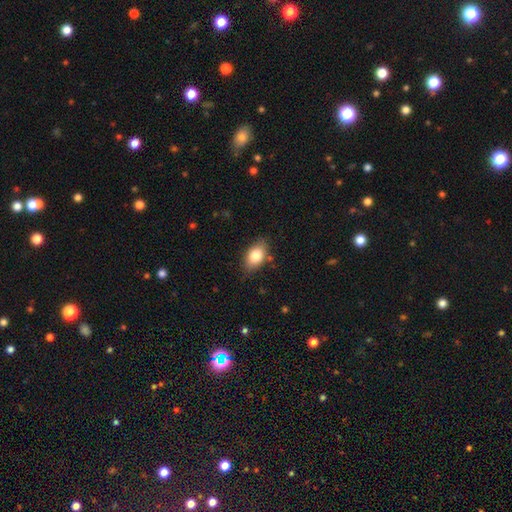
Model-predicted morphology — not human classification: The model was most divided on "merging": none: 79%, minor disturbance: 16%, major disturbance: 3%, merger: 2%. More confident: how rounded — in between (89%); smooth or featured — smooth (82%).